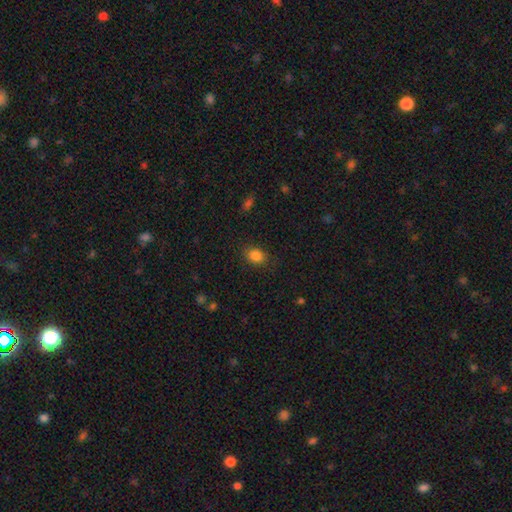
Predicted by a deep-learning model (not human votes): Overall: smooth (85%). How rounded: in between (61%; round 38%). Merging: none (84%).